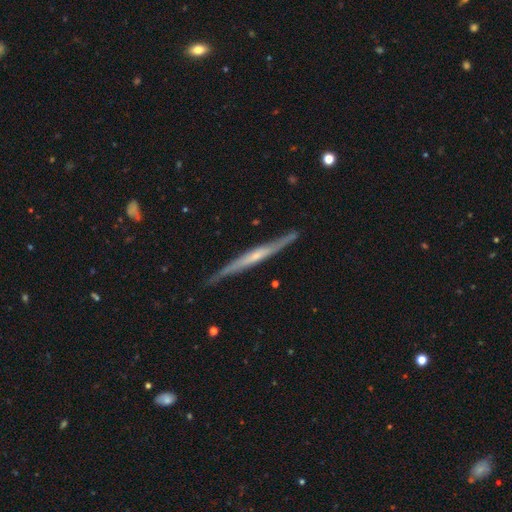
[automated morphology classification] The model was most divided on "edge-on bulge": none: 56%, rounded: 35%, boxy: 9%. More confident: edge-on disk — yes (95%); merging — none (82%); smooth or featured — featured or disk (72%).